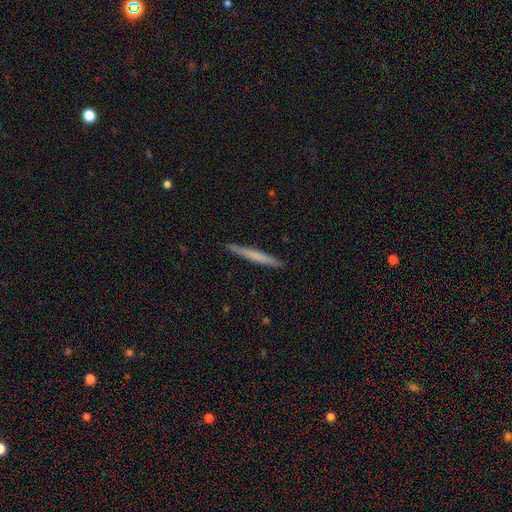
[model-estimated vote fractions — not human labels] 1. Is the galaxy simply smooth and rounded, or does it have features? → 61% smooth, 33% featured or disk, 5% star or artifact.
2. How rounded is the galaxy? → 97% cigar-shaped, 2% in between, 1% round.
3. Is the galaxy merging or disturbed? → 92% none, 6% minor disturbance, 1% major disturbance, 1% merger.